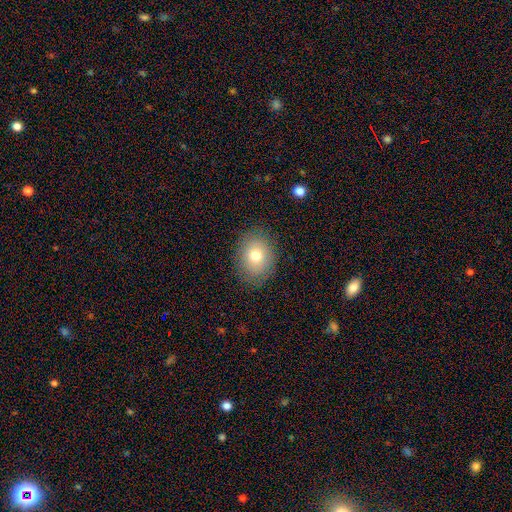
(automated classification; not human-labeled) The model was most divided on "how rounded": in between: 50%, round: 49%, cigar-shaped: 1%. More confident: merging — none (85%); smooth or featured — smooth (74%).